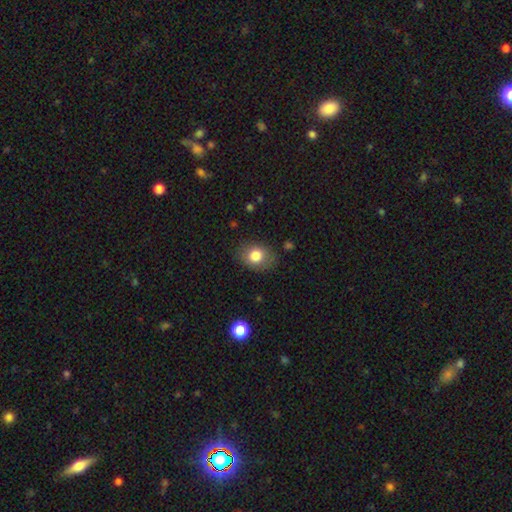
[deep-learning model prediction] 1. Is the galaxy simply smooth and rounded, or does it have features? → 80% smooth, 10% featured or disk, 10% star or artifact.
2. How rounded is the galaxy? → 55% in between, 44% round, 1% cigar-shaped.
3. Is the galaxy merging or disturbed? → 81% none, 13% minor disturbance, 4% major disturbance, 1% merger.